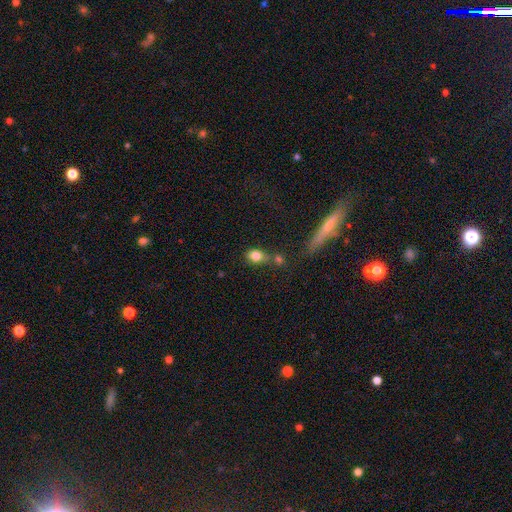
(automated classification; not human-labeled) This appears to be a smooth galaxy with no disk features (81%) that is in between round and cigar-shaped (54%). Merging: none (50%).